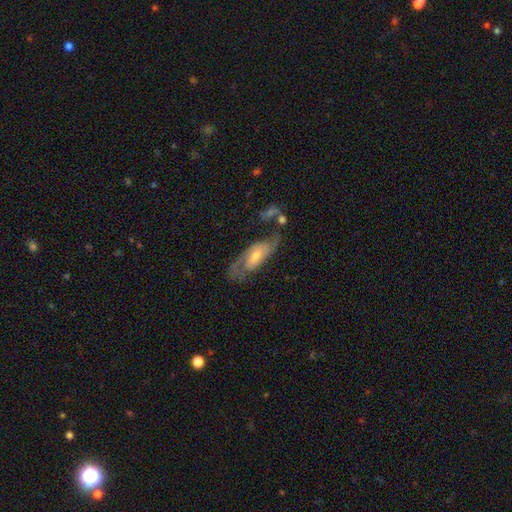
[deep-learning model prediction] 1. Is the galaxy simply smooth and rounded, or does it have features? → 79% featured or disk, 14% smooth, 7% star or artifact.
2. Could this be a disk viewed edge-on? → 92% no, 8% yes.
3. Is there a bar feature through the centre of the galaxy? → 43% weak, 42% no, 16% strong.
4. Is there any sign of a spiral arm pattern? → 93% yes, 7% no.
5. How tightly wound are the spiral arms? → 48% medium, 27% loose, 25% tight.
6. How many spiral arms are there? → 84% 2, 8% can't tell, 3% 1, 2% 3, 1% 4, 1% more than 4.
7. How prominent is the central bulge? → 51% moderate, 39% small, 6% large, 3% none, 1% dominant.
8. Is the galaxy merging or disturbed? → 58% none, 19% minor disturbance, 15% major disturbance, 8% merger.